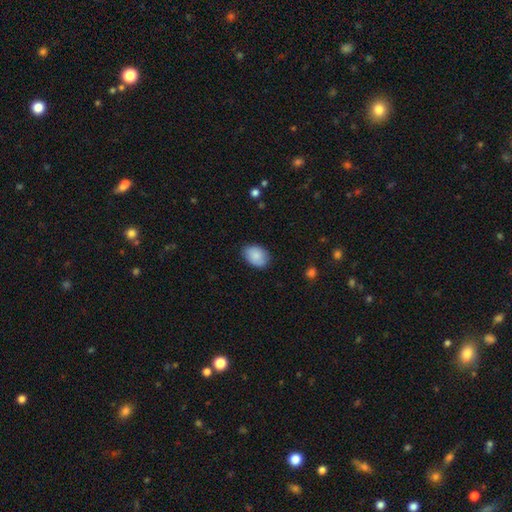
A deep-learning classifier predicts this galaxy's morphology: smooth_or_featured: smooth (p=0.87) [alt: featured or disk p=0.07]
how_rounded: in between (p=0.80) [alt: round p=0.19]
merging: none (p=0.79) [alt: minor disturbance p=0.17]